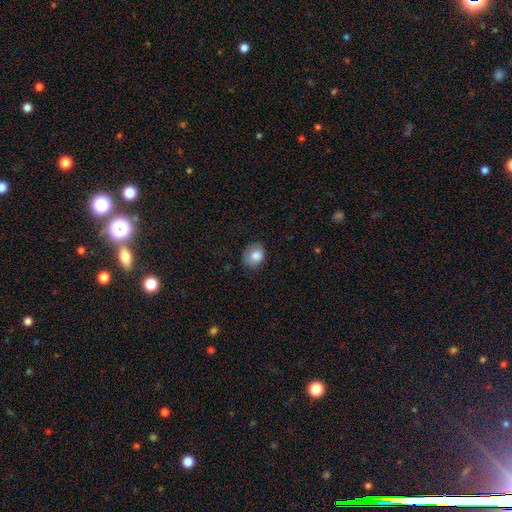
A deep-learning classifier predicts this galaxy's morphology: A smooth galaxy with no disk features (83%) that is round (57%). Merging: none (72%).